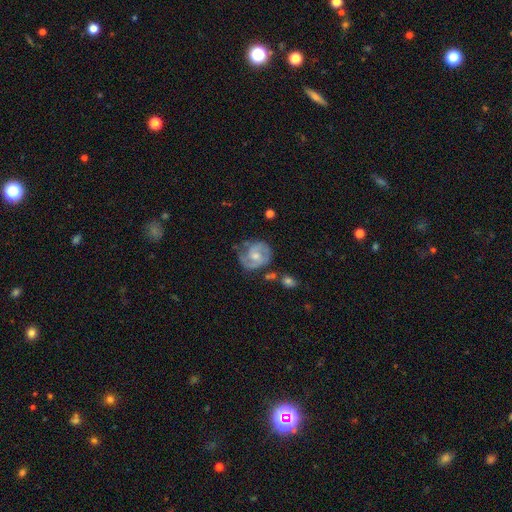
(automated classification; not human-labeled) Smooth or featured: featured or disk — 75% (smooth — 20%)
Edge-on disk: no — 98% (yes — 2%)
Bar: no — 58% (weak — 36%)
Spiral arms: yes — 90% (no — 10%)
Spiral winding: tight — 43% (medium — 42%)
Spiral arm count: 2 — 66% (can't tell — 15%)
Bulge size: moderate — 56% (small — 35%)
Merging: none — 58% (minor disturbance — 25%)